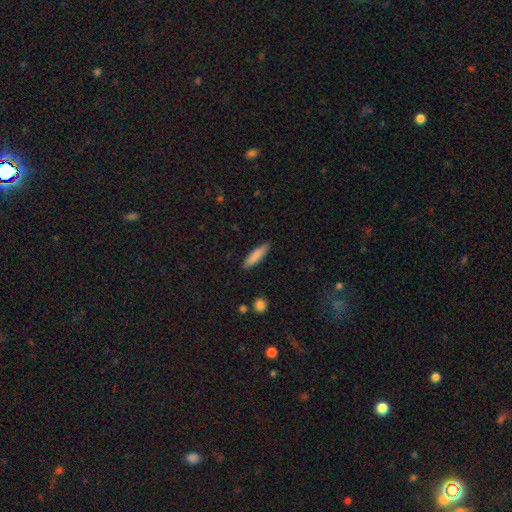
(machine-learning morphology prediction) A smooth galaxy with no disk features (84%) that is cigar-shaped (73%).

Vote fractions:
- Smooth or featured? smooth: 84% / featured or disk: 10% / star or artifact: 6%
- How rounded? cigar-shaped: 73% / in between: 26% / round: 1%
- Merging? none: 88% / minor disturbance: 9% / major disturbance: 2% / merger: 1%